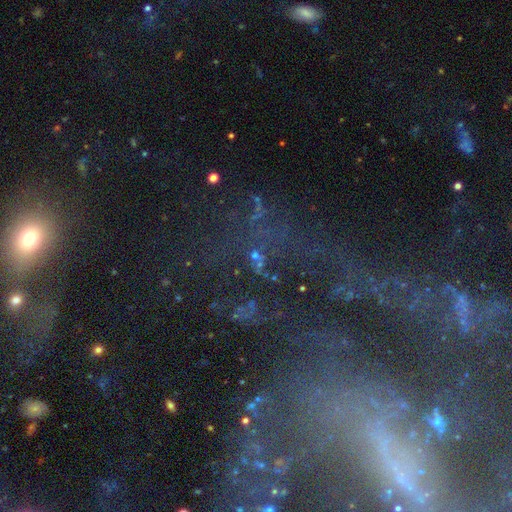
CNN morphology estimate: smooth-or-featured: star or artifact: 62% | smooth: 20% | featured or disk: 18%